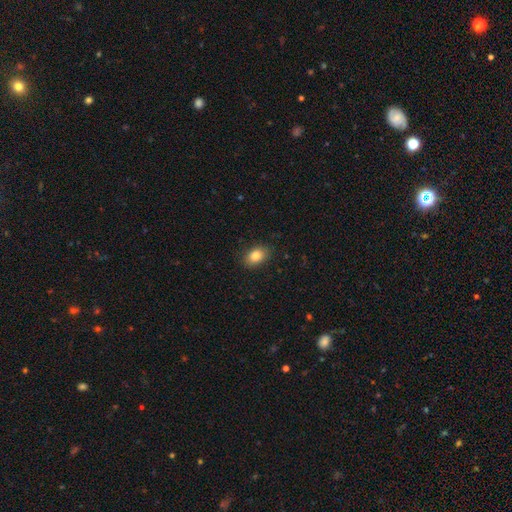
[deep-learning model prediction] Morphology: type=smooth (83%); roundness=in between (80%); merging=none (87%).